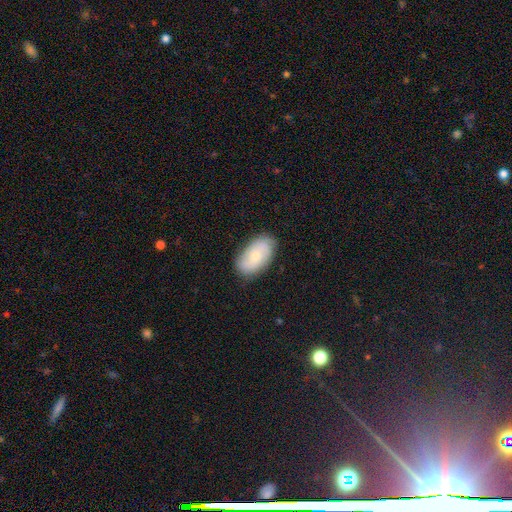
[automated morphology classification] The model was most divided on "smooth or featured": smooth: 53%, featured or disk: 40%, star or artifact: 7%. More confident: how rounded — in between (93%); merging — none (81%).